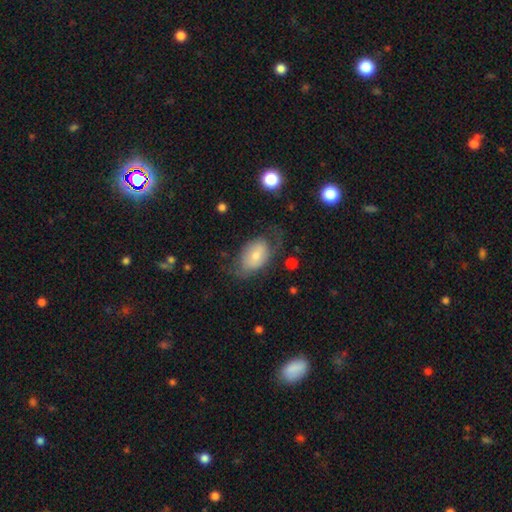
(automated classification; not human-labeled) Smooth or featured: smooth — 60% (featured or disk — 33%)
How rounded: in between — 86% (round — 13%)
Merging: none — 44% (minor disturbance — 27%)